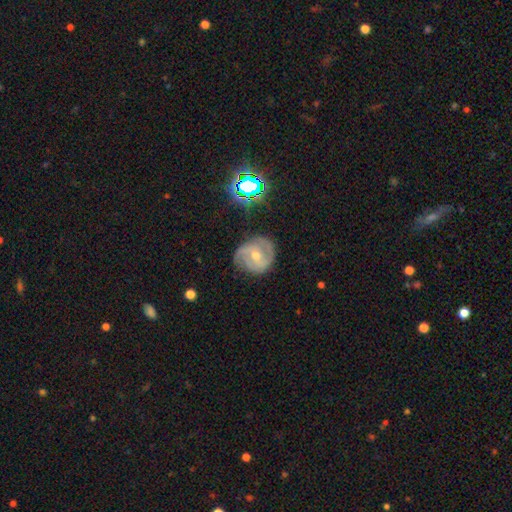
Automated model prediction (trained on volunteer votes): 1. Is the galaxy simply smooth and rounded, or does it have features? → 80% featured or disk, 10% smooth, 9% star or artifact.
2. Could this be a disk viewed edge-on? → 97% no, 3% yes.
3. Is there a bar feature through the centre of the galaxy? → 46% no, 39% weak, 15% strong.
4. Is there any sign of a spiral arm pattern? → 95% yes, 5% no.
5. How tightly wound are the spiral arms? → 48% tight, 41% medium, 11% loose.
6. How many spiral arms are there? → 53% 2, 23% 3, 14% can't tell, 4% 1, 4% 4, 3% more than 4.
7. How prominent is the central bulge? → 54% moderate, 43% small, 1% large, 1% none, 1% dominant.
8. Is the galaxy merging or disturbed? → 74% none, 19% minor disturbance, 6% major disturbance, 1% merger.